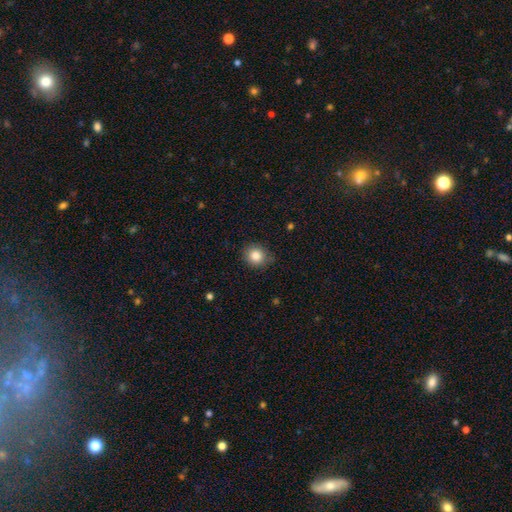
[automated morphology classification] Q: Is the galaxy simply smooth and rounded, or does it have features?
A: smooth — 85%.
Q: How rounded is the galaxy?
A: round — 76%.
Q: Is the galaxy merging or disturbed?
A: none — 82%.